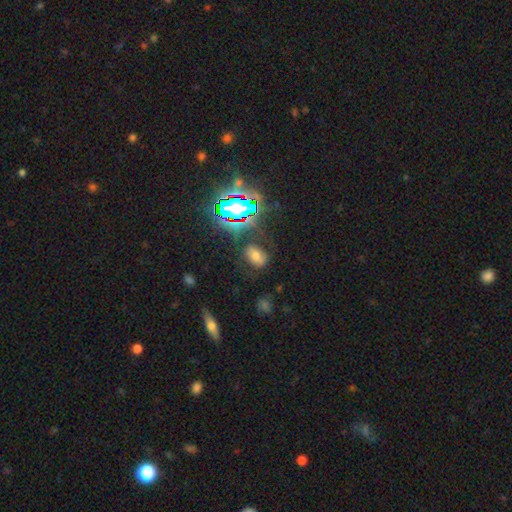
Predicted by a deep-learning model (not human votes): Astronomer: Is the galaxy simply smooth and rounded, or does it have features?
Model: smooth — 56%.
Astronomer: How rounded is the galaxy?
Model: in between — 77%.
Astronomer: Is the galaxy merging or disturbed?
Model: none — 75%.